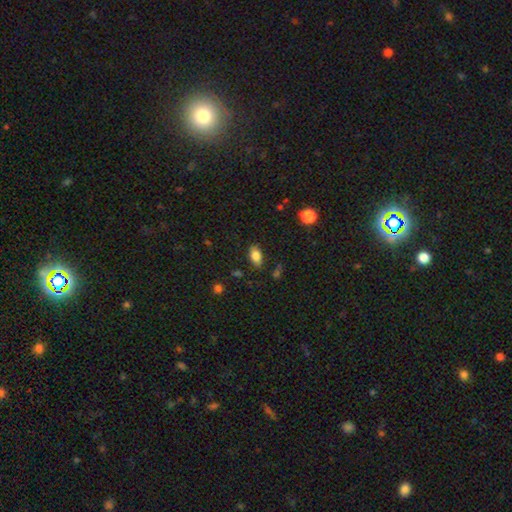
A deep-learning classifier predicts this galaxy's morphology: The model was most divided on "merging": none: 81%, minor disturbance: 13%, major disturbance: 3%, merger: 2%. More confident: how rounded — in between (90%); smooth or featured — smooth (82%).